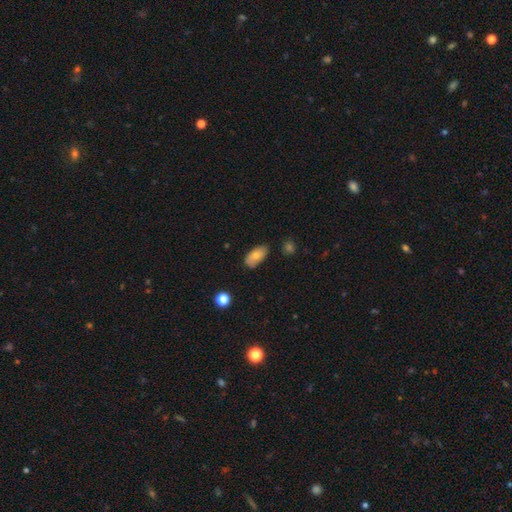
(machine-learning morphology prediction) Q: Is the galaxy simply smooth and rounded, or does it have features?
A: smooth — 75%.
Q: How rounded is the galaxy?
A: in between — 92%.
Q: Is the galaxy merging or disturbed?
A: none — 70%.